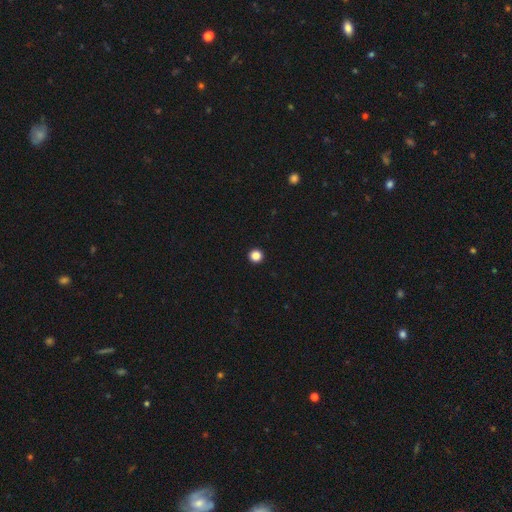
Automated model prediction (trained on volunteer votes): Smooth or featured?
  - smooth: 86% *
  - star or artifact: 11%
  - featured or disk: 3%
How rounded?
  - round: 96% *
  - in between: 3%
  - cigar-shaped: 1%
Merging?
  - none: 95% *
  - minor disturbance: 3%
  - major disturbance: 1%
  - merger: 1%